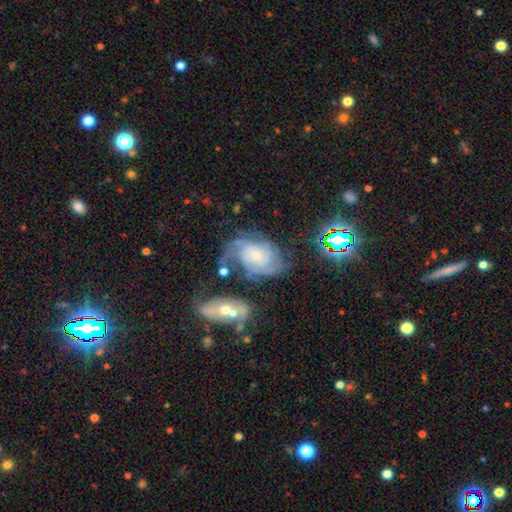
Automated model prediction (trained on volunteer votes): Smooth or featured? Predicted: featured or disk (p=0.81). Edge-on disk? Predicted: no (p=0.97). Bar? Predicted: no (p=0.74). Spiral arms? Predicted: yes (p=0.95). Spiral winding? Predicted: tight (p=0.56). Spiral arm count? Predicted: can't tell (p=0.29). Bulge size? Predicted: small (p=0.70). Merging? Predicted: none (p=0.51).